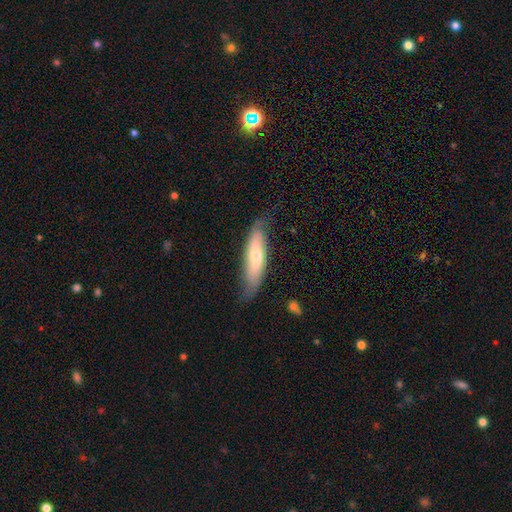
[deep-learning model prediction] Smooth or featured? Predicted: smooth (p=0.54). How rounded? Predicted: cigar-shaped (p=0.64). Merging? Predicted: none (p=0.67).